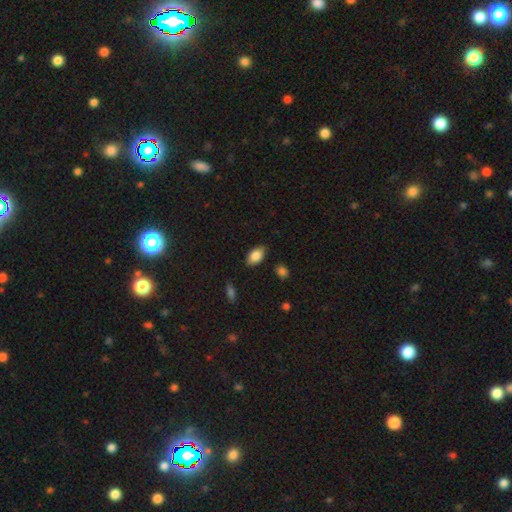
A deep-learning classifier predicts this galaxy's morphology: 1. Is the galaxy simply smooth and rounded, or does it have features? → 84% smooth, 9% featured or disk, 7% star or artifact.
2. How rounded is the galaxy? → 92% in between, 6% round, 2% cigar-shaped.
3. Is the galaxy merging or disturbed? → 84% none, 12% minor disturbance, 2% major disturbance, 2% merger.